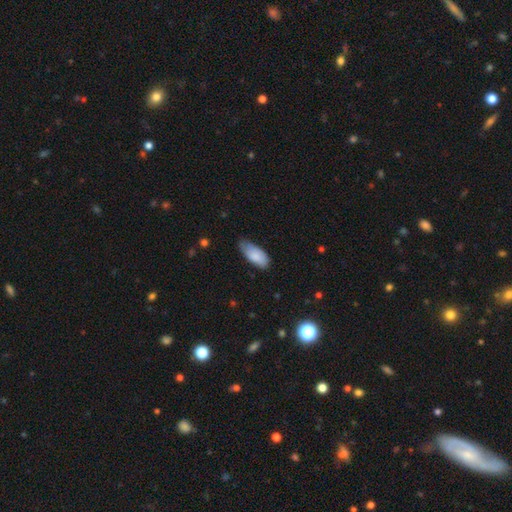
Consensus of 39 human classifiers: Overall: smooth (85%). How rounded: in between (94%). Merging: none (67%; minor disturbance 33%).